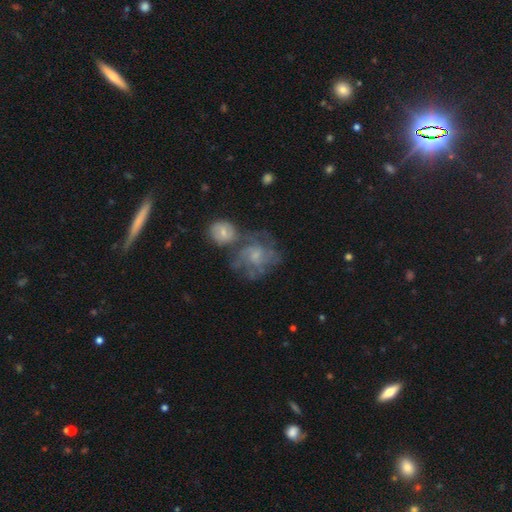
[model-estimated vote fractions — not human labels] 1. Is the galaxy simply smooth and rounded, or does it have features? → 66% featured or disk, 25% smooth, 9% star or artifact.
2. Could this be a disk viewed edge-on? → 98% no, 2% yes.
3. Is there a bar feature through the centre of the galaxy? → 68% no, 28% weak, 4% strong.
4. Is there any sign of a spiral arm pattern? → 74% yes, 26% no.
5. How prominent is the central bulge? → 54% small, 28% moderate, 14% none, 3% large, 1% dominant.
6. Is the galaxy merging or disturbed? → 37% none, 31% merger, 16% minor disturbance, 16% major disturbance.